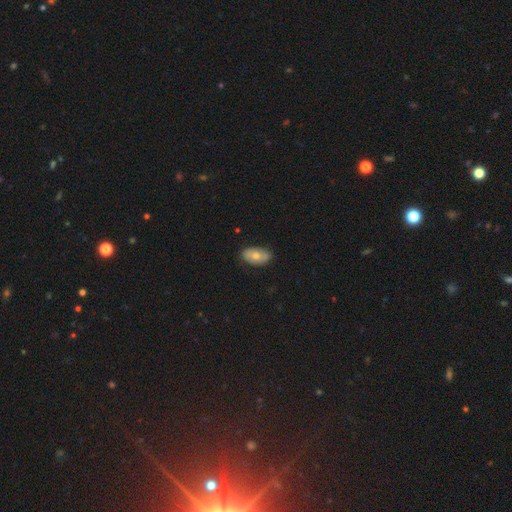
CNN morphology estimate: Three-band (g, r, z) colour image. It shows a smooth galaxy with no disk features (61%) that is in between round and cigar-shaped (91%). Merging: none (80%).